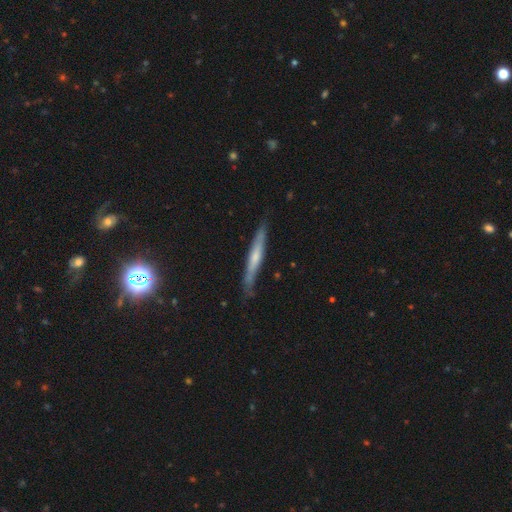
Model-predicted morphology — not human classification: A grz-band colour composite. It shows a featured or disk galaxy (54%) viewed edge-on (91%). Merging: none (79%).